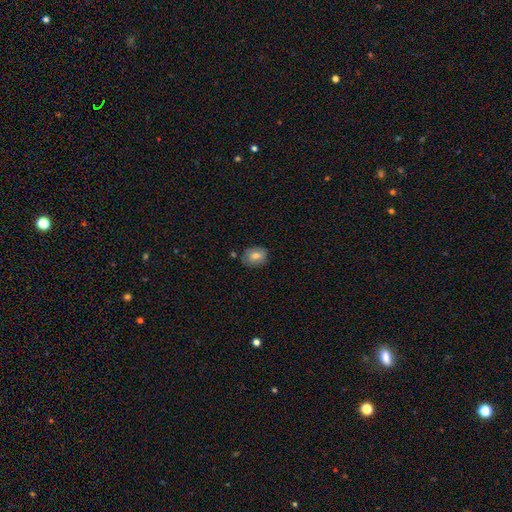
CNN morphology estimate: Smooth or featured?
  - smooth: 72% *
  - featured or disk: 19%
  - star or artifact: 9%
How rounded?
  - in between: 61% *
  - round: 38%
  - cigar-shaped: 1%
Merging?
  - none: 77% *
  - minor disturbance: 17%
  - major disturbance: 3%
  - merger: 3%